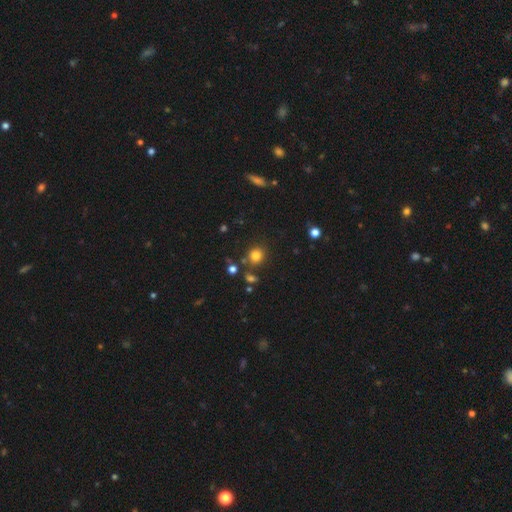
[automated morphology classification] Smooth or featured: smooth — 79% (star or artifact — 14%)
How rounded: round — 82% (in between — 17%)
Merging: none — 78% (minor disturbance — 10%)